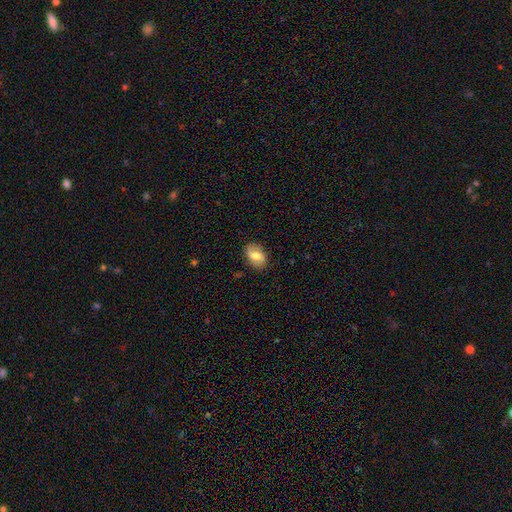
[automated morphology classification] A smooth galaxy with no disk features (68%) that is in between round and cigar-shaped (86%).

Vote fractions:
- Smooth or featured? smooth: 68% / featured or disk: 25% / star or artifact: 7%
- How rounded? in between: 86% / round: 12% / cigar-shaped: 1%
- Merging? none: 83% / minor disturbance: 13% / major disturbance: 3% / merger: 1%